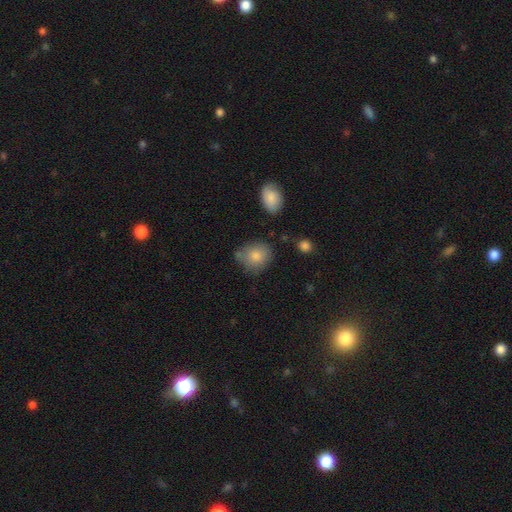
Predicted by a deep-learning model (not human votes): This appears to be a smooth galaxy with no disk features (81%) that is round (65%). Merging: none (69%).